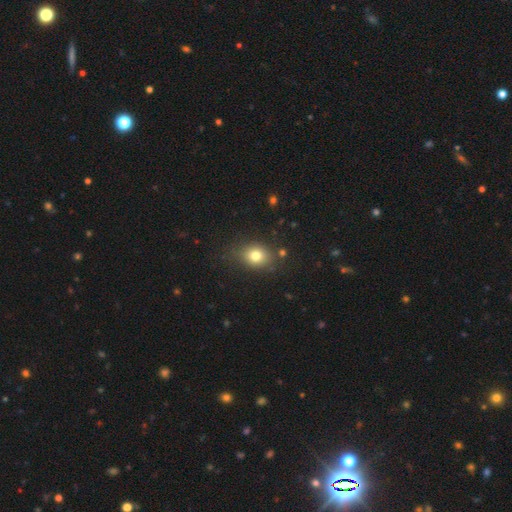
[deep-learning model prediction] A smooth galaxy with no disk features (78%) that is in between round and cigar-shaped (53%).

Vote fractions:
- Smooth or featured? smooth: 78% / star or artifact: 12% / featured or disk: 10%
- How rounded? in between: 53% / round: 46% / cigar-shaped: 1%
- Merging? none: 80% / minor disturbance: 14% / major disturbance: 4% / merger: 3%